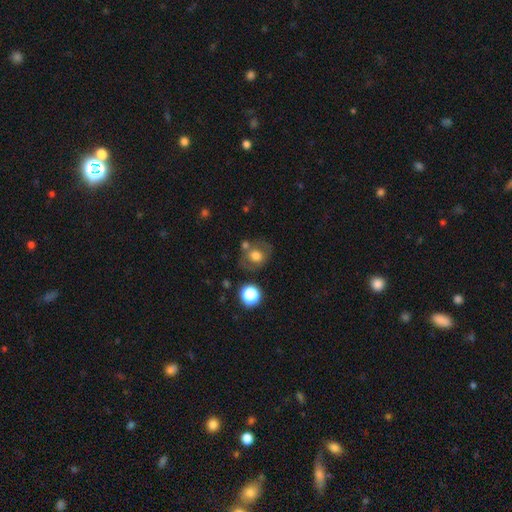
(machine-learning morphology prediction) Smooth or featured? smooth (66%)
How rounded? round (68%)
Merging? none (59%)